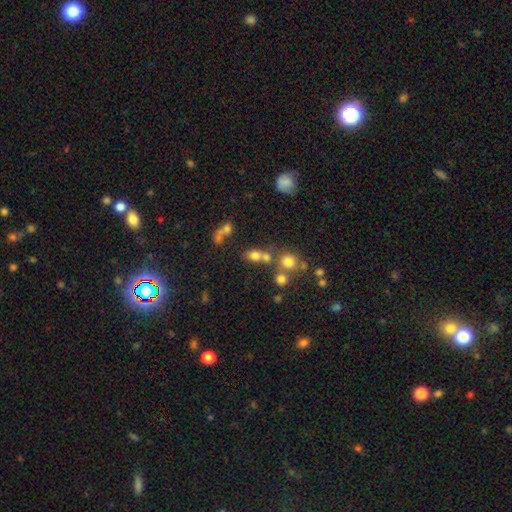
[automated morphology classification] smooth-or-featured: smooth: 69% | star or artifact: 18% | featured or disk: 14%
  how-rounded: in between: 57% | round: 40% | cigar-shaped: 3%
  merging: none: 46% | merger: 34% | minor disturbance: 11% | major disturbance: 8%